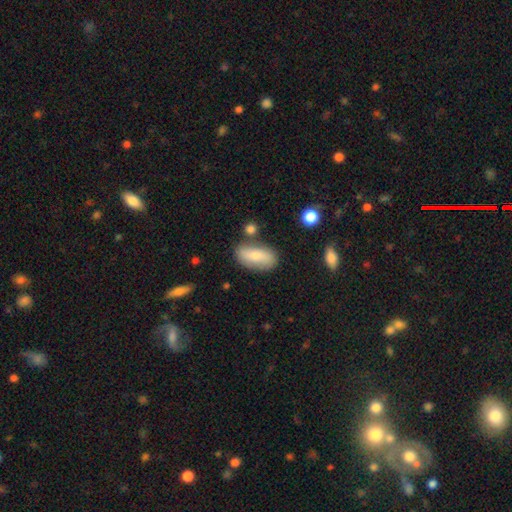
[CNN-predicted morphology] smooth_or_featured: smooth (p=0.72) [alt: featured or disk p=0.21]
how_rounded: in between (p=0.86) [alt: cigar-shaped p=0.10]
merging: none (p=0.75) [alt: minor disturbance p=0.15]